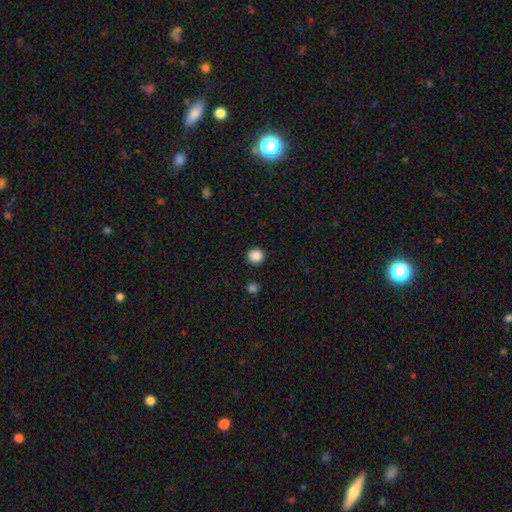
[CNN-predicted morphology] smooth_or_featured: smooth (p=0.87) [alt: star or artifact p=0.10]
how_rounded: round (p=0.90) [alt: in between p=0.09]
merging: none (p=0.90) [alt: minor disturbance p=0.06]